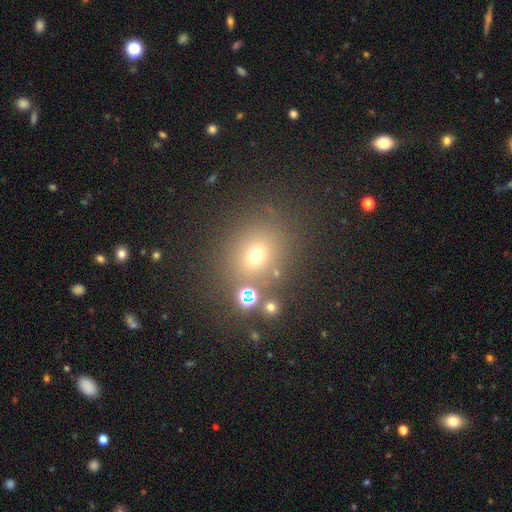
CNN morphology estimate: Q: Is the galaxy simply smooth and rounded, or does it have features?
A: smooth — 66%.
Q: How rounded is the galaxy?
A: round — 71%.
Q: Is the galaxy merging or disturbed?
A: none — 75%.